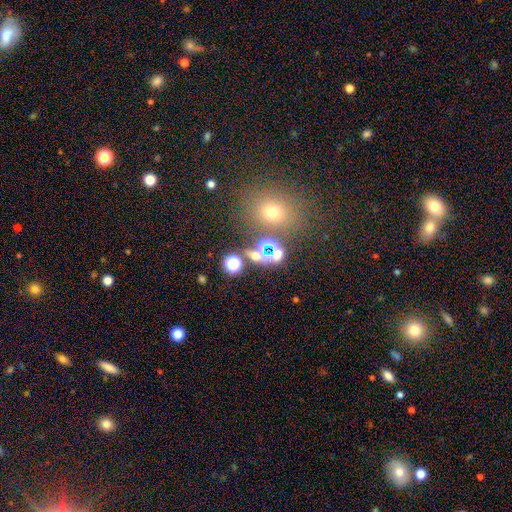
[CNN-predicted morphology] A star or artifact, not a galaxy (51%).